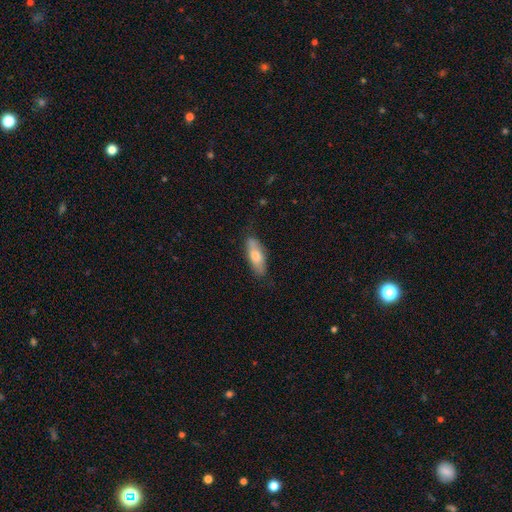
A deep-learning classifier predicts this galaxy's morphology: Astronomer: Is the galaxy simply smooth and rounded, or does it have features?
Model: smooth — 71%.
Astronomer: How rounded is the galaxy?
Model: in between — 64%.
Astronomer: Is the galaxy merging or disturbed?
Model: none — 75%.